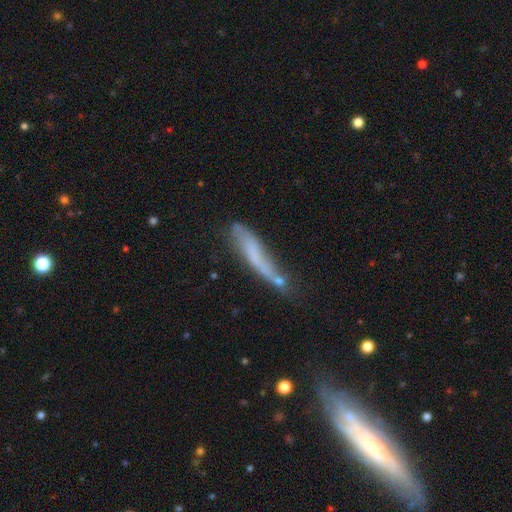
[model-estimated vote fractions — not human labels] smooth-or-featured: smooth: 54% | featured or disk: 36% | star or artifact: 10%
  how-rounded: cigar-shaped: 87% | in between: 11% | round: 2%
  merging: none: 39% | minor disturbance: 29% | major disturbance: 17% | merger: 15%